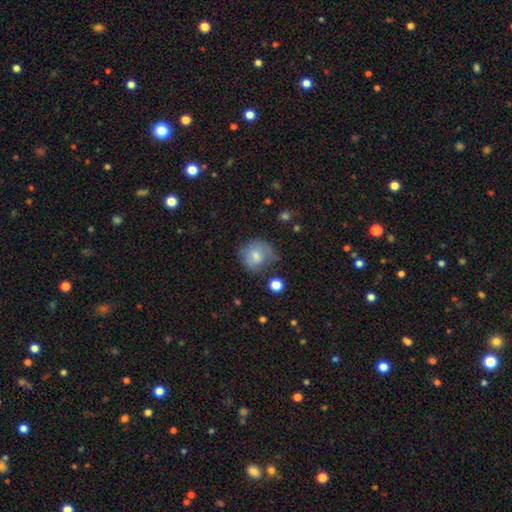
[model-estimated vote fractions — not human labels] Q: Smooth or featured?
A: smooth (72%); runner-up: featured or disk (19%)
Q: How rounded?
A: round (80%); runner-up: in between (19%)
Q: Merging?
A: none (55%); runner-up: minor disturbance (28%)